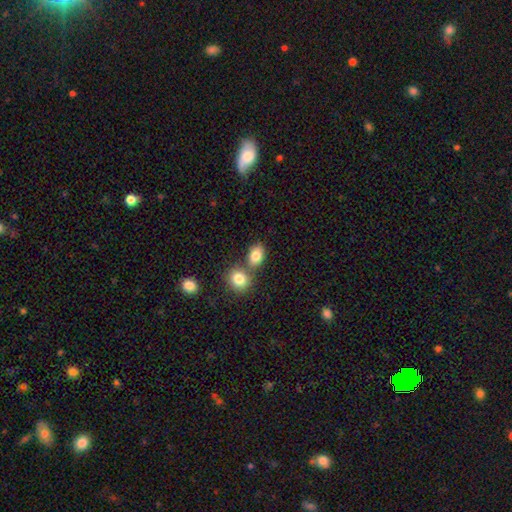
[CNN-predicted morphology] smooth 83%, star or artifact 9%, featured or disk 8%. Down the decision tree: how rounded — in between (68%); merging — none (53%).